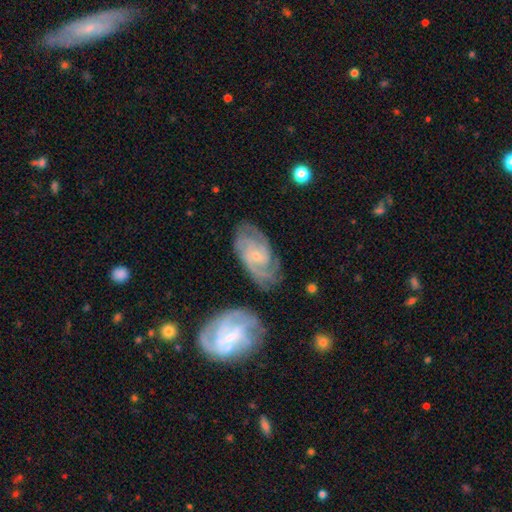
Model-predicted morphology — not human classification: Smooth or featured: featured or disk — 85% (smooth — 10%)
Edge-on disk: no — 96% (yes — 4%)
Bar: no — 61% (weak — 33%)
Spiral arms: yes — 96% (no — 4%)
Spiral winding: tight — 52% (medium — 38%)
Spiral arm count: 3 — 28% (2 — 26%)
Bulge size: small — 78% (moderate — 17%)
Merging: none — 70% (minor disturbance — 18%)